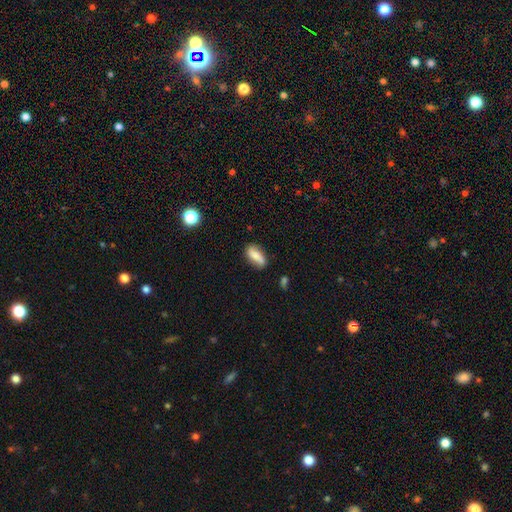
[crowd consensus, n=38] A smooth galaxy with no disk features (74%) that is in between round and cigar-shaped (71%).

Vote fractions:
- Smooth or featured? smooth: 74% / featured or disk: 24% / star or artifact: 3%
- How rounded? in between: 71% / cigar-shaped: 25% / round: 4%
- Merging? none: 62% / minor disturbance: 27% / major disturbance: 5% / merger: 5%